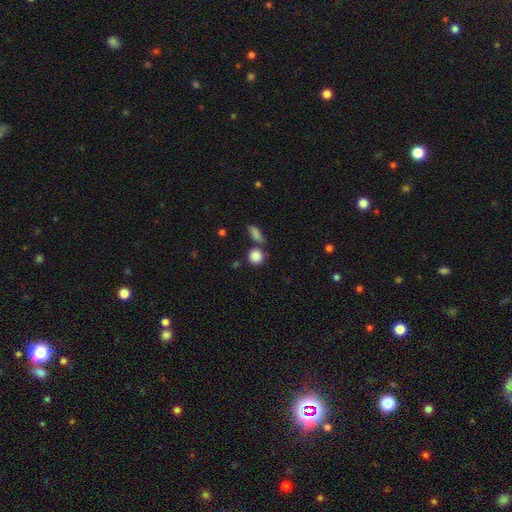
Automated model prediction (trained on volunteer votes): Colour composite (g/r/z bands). It shows a smooth galaxy with no disk features (86%) that is round (85%). Merging: none (66%).